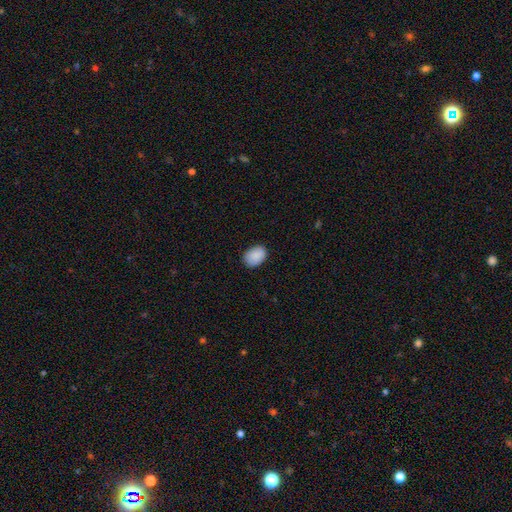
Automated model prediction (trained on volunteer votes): Smooth or featured?
  - smooth: 90% *
  - star or artifact: 7%
  - featured or disk: 3%
How rounded?
  - in between: 76% *
  - round: 23%
  - cigar-shaped: 1%
Merging?
  - none: 85% *
  - minor disturbance: 12%
  - major disturbance: 2%
  - merger: 1%